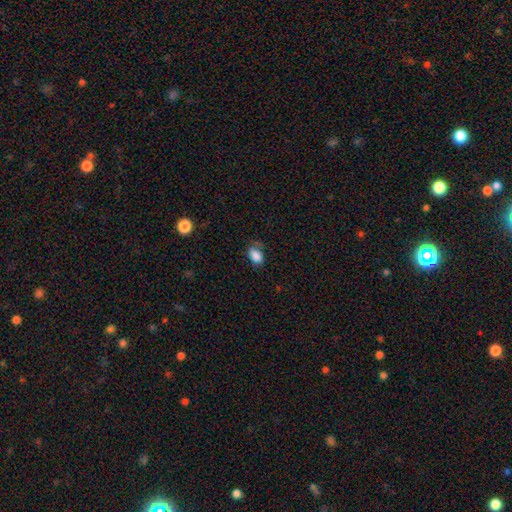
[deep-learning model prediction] Overall: smooth (86%). How rounded: in between (86%). Merging: none (64%; minor disturbance 26%).